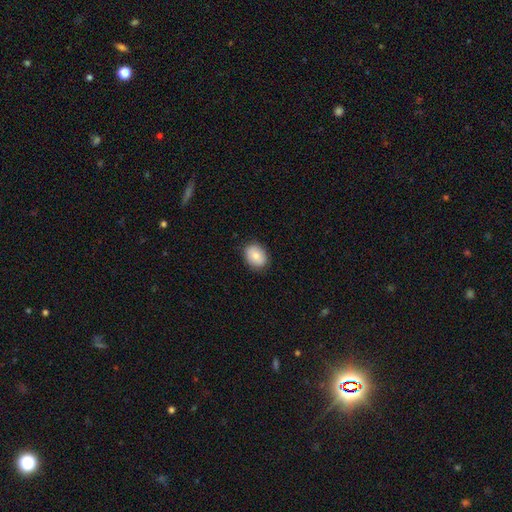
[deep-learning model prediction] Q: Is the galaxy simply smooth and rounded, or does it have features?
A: smooth — 79%.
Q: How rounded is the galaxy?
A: in between — 54%.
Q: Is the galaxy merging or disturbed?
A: none — 86%.